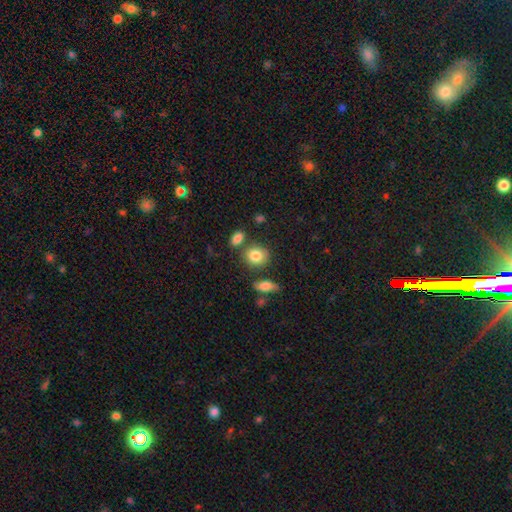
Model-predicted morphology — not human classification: This is clearly a smooth galaxy (84%). How rounded: likely round (64%). Merging: likely none (72%).